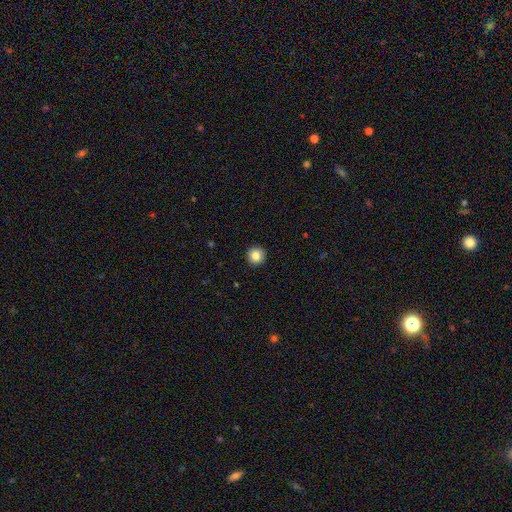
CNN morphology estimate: type=smooth (84%); roundness=round (96%); merging=none (93%).